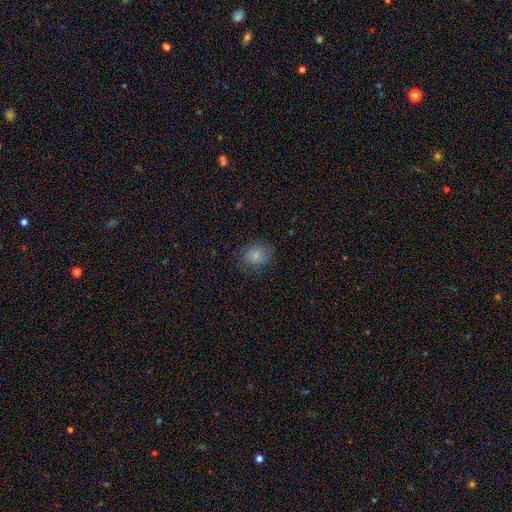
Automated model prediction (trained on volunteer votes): Smooth or featured: smooth — 83% (star or artifact — 10%)
How rounded: round — 61% (in between — 38%)
Merging: none — 80% (minor disturbance — 15%)